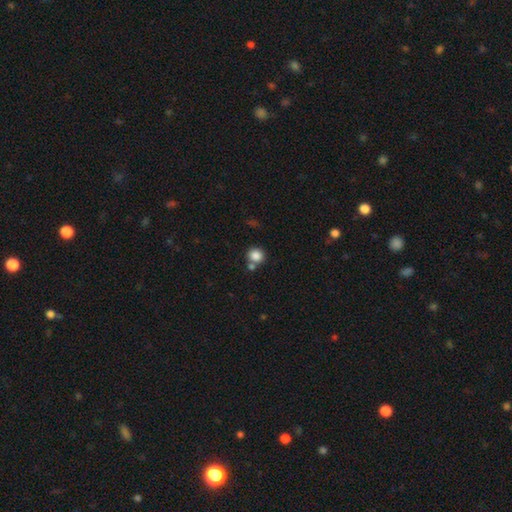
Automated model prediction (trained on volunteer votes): Smooth or featured: smooth — 85% (star or artifact — 10%)
How rounded: round — 89% (in between — 10%)
Merging: none — 67% (merger — 21%)